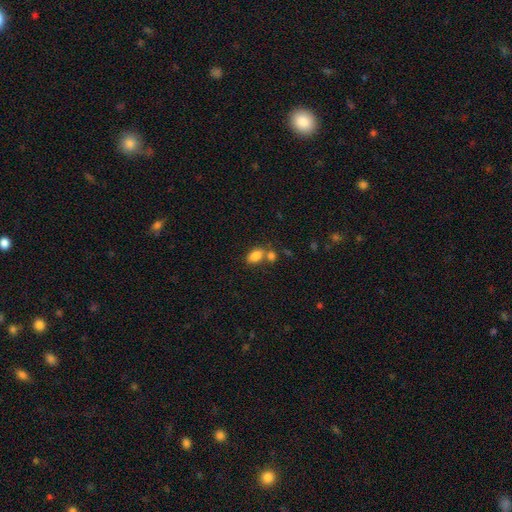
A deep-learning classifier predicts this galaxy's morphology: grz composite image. It shows a smooth galaxy with no disk features (84%) that is in between round and cigar-shaped (88%). Merging: none (49%).